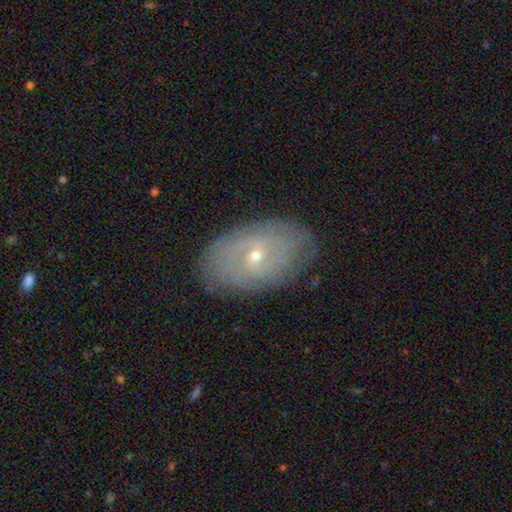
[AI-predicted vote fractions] Morphology: type=featured or disk (67%); edge-on=no (92%); bar=no (51%); spiral arms=yes (66%); bulge=small (66%); merging=none (78%).